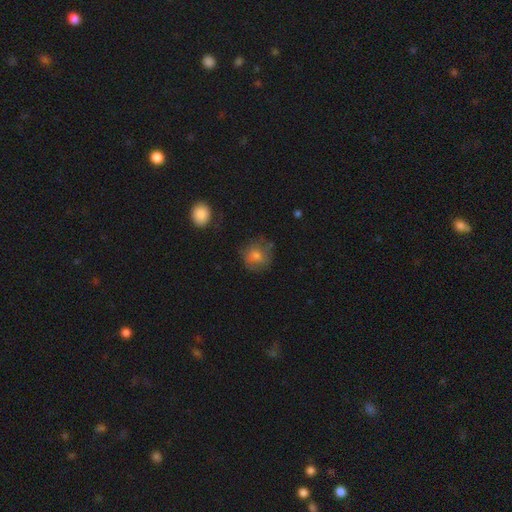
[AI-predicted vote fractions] Smooth or featured: smooth — 66% (featured or disk — 23%)
How rounded: round — 83% (in between — 16%)
Merging: none — 66% (minor disturbance — 22%)